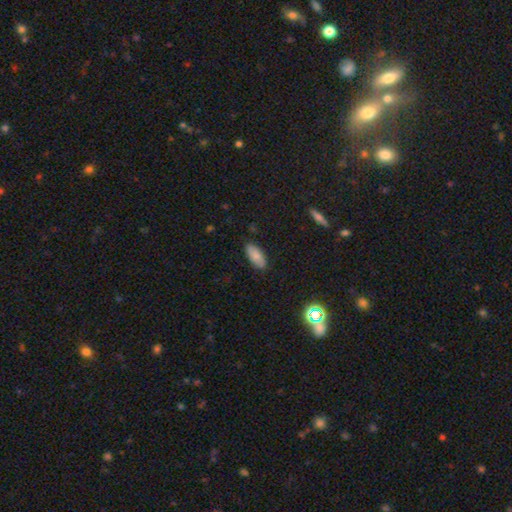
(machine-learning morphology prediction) A smooth galaxy with no disk features (83%) that is in between round and cigar-shaped (88%).

Vote fractions:
- Smooth or featured? smooth: 83% / featured or disk: 10% / star or artifact: 8%
- How rounded? in between: 88% / cigar-shaped: 10% / round: 2%
- Merging? none: 86% / minor disturbance: 10% / major disturbance: 2% / merger: 1%